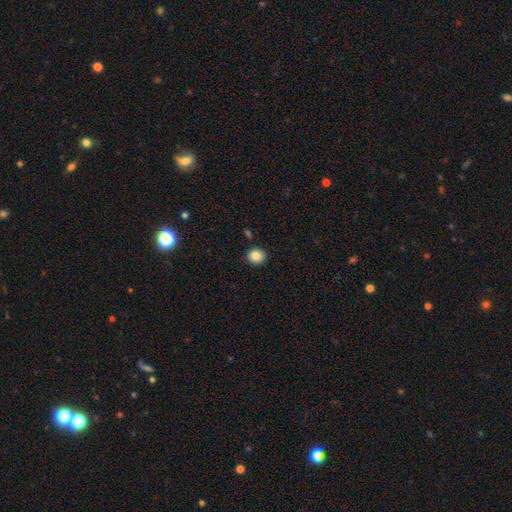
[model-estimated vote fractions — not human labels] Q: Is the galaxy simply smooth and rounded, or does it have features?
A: smooth — 85%.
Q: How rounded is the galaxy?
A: round — 82%.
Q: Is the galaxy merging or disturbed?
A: none — 89%.